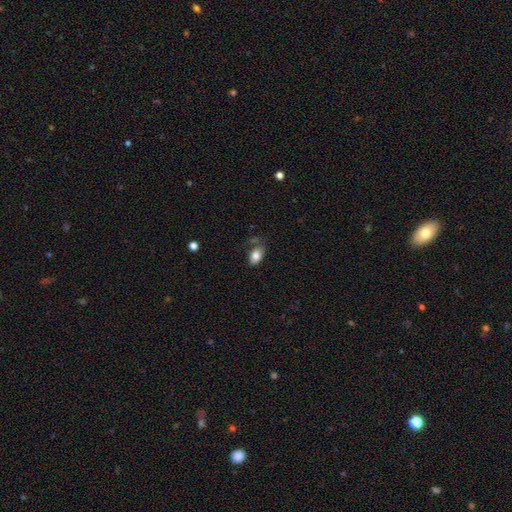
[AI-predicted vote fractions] A smooth galaxy with no disk features (82%) that is in between round and cigar-shaped (91%).

Vote fractions:
- Smooth or featured? smooth: 82% / featured or disk: 11% / star or artifact: 8%
- How rounded? in between: 91% / round: 6% / cigar-shaped: 2%
- Merging? none: 65% / minor disturbance: 21% / major disturbance: 7% / merger: 7%